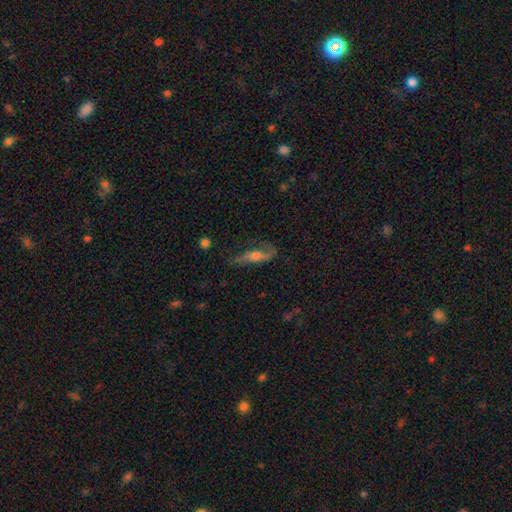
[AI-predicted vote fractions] featured or disk 57%, smooth 34%, star or artifact 8%. Down the decision tree: edge-on disk — no (55%); merging — none (52%).